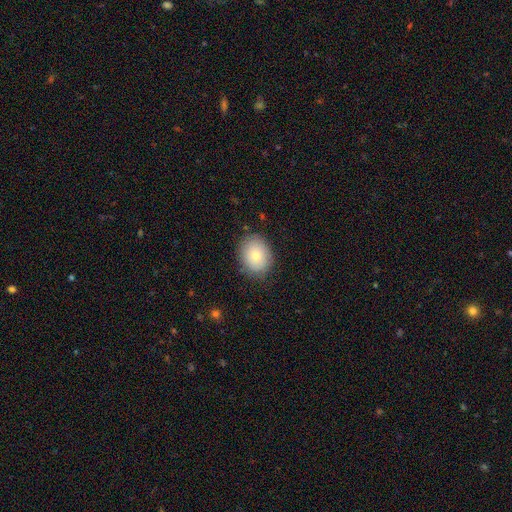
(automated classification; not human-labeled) This is likely a smooth galaxy (78%). How rounded: possibly round (53%). Merging: clearly none (84%).